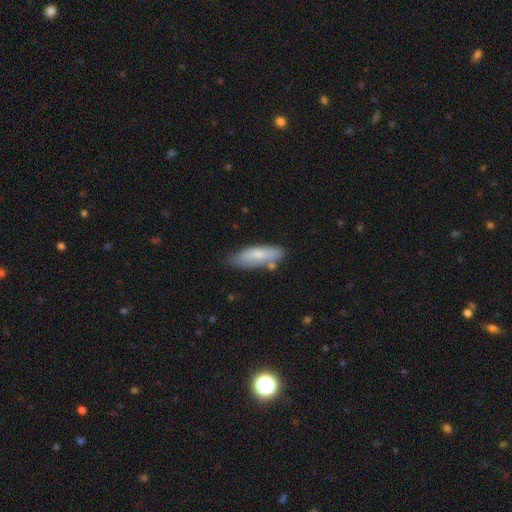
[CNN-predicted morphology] smooth 70%, featured or disk 24%, star or artifact 6%. Down the decision tree: how rounded — in between (53%); merging — none (69%).